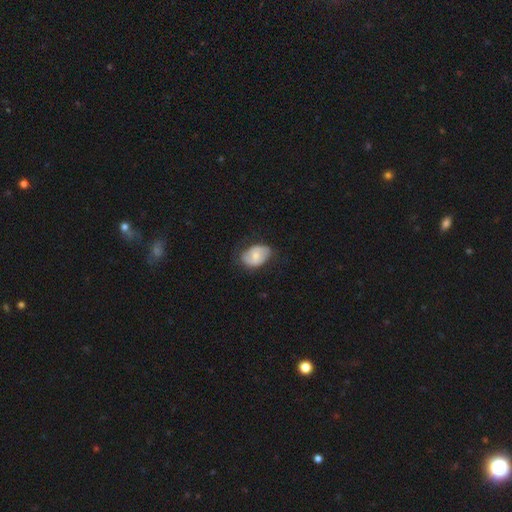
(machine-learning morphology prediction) Smooth or featured?
  - smooth: 59% *
  - featured or disk: 35%
  - star or artifact: 6%
How rounded?
  - in between: 82% *
  - round: 17%
  - cigar-shaped: 1%
Merging?
  - none: 64% *
  - minor disturbance: 27%
  - major disturbance: 8%
  - merger: 1%